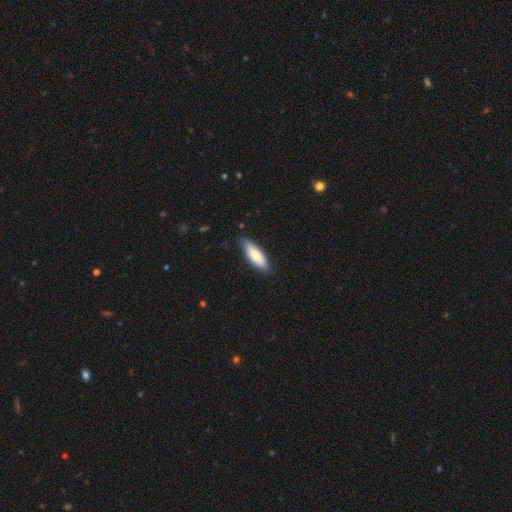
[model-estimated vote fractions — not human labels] smooth_or_featured: smooth (p=0.77) [alt: featured or disk p=0.17]
how_rounded: in between (p=0.57) [alt: cigar-shaped p=0.41]
merging: none (p=0.82) [alt: minor disturbance p=0.14]